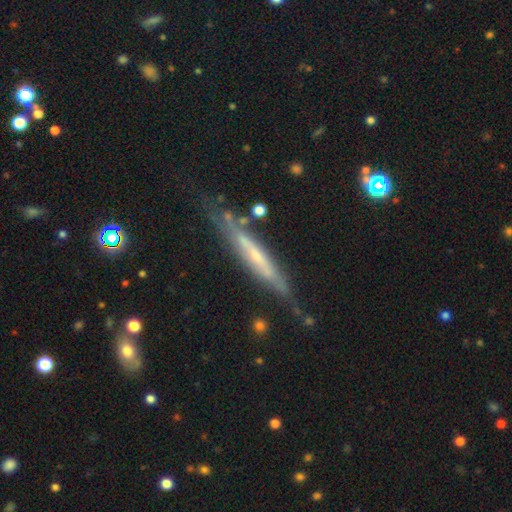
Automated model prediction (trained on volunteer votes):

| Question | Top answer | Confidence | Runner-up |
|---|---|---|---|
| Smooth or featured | featured or disk | 73% | smooth (20%) |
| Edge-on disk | yes | 83% | no (17%) |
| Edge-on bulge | none | 54% | rounded (37%) |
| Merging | none | 69% | minor disturbance (22%) |